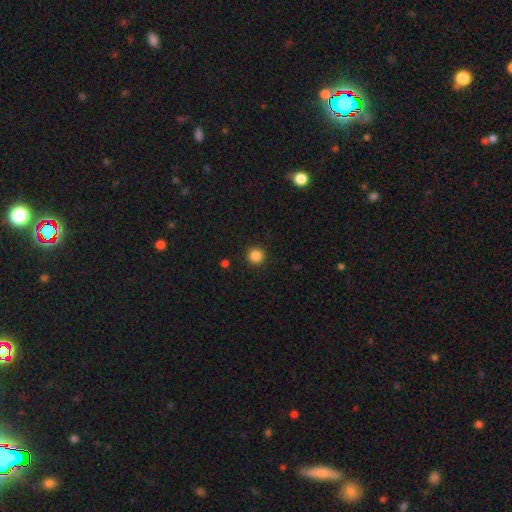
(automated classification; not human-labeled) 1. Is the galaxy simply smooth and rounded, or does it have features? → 86% smooth, 11% star or artifact, 3% featured or disk.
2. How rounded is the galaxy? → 96% round, 3% in between, 1% cigar-shaped.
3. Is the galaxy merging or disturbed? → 92% none, 5% minor disturbance, 2% major disturbance, 1% merger.